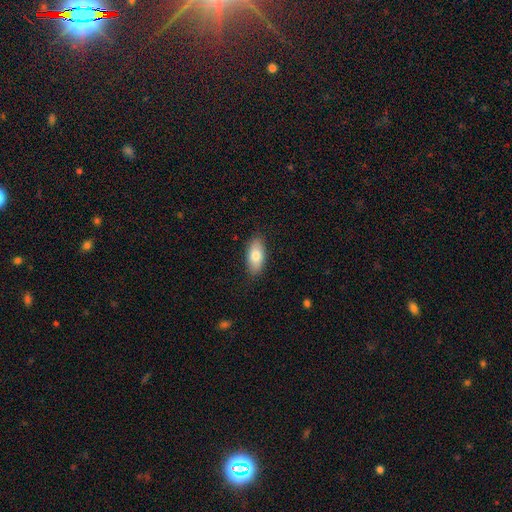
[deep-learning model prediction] smooth_or_featured: smooth (p=0.77) [alt: featured or disk p=0.16]
how_rounded: in between (p=0.88) [alt: cigar-shaped p=0.08]
merging: none (p=0.86) [alt: minor disturbance p=0.11]